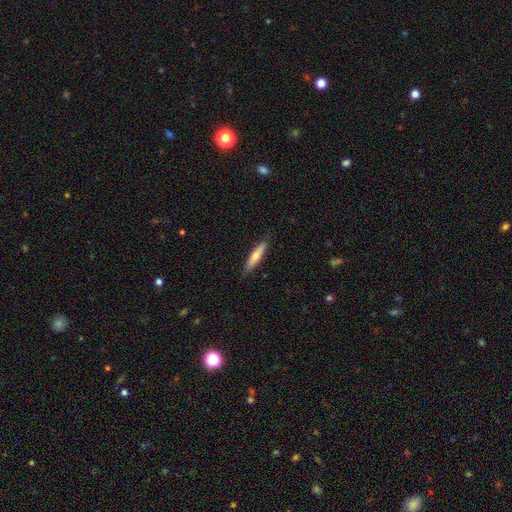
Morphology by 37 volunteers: smooth-or-featured: smooth: 54% | featured or disk: 41% | star or artifact: 5%
  how-rounded: cigar-shaped: 90% | in between: 10% | round: 0%
  merging: none: 91% | minor disturbance: 9% | major disturbance: 0% | merger: 0%